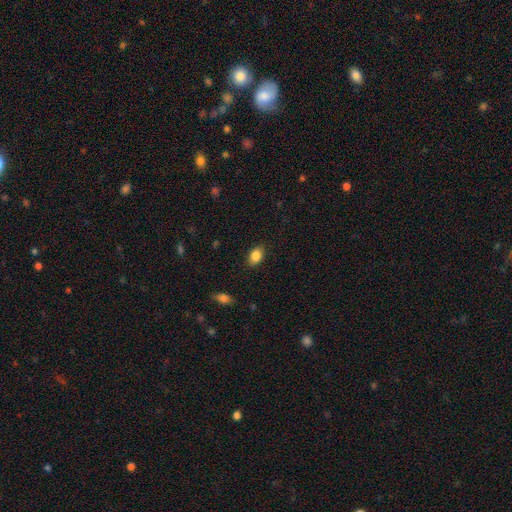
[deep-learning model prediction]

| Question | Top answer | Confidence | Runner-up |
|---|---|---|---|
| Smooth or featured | smooth | 86% | star or artifact (9%) |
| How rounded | in between | 81% | round (17%) |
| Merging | none | 86% | minor disturbance (10%) |